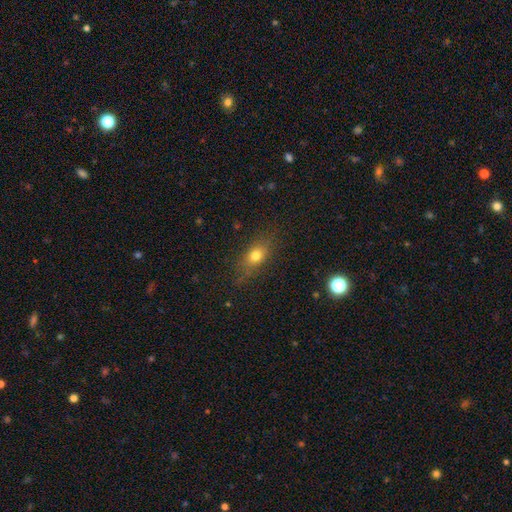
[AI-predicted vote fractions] A smooth galaxy with no disk features (72%) that is in between round and cigar-shaped (65%). Merging: none (78%).